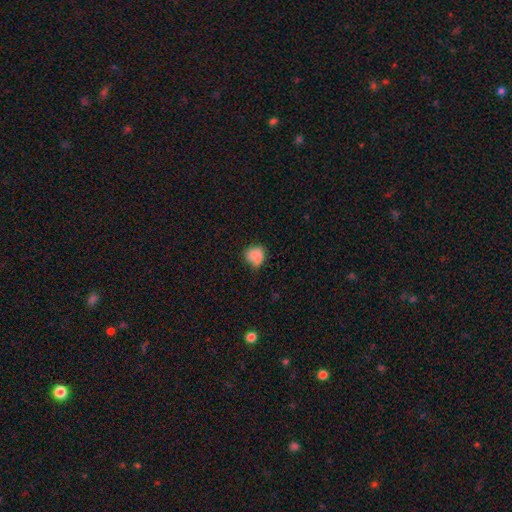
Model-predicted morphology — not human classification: smooth-or-featured: smooth: 77% | featured or disk: 12% | star or artifact: 10%
  how-rounded: round: 65% | in between: 34% | cigar-shaped: 1%
  merging: none: 51% | minor disturbance: 31% | major disturbance: 10% | merger: 7%